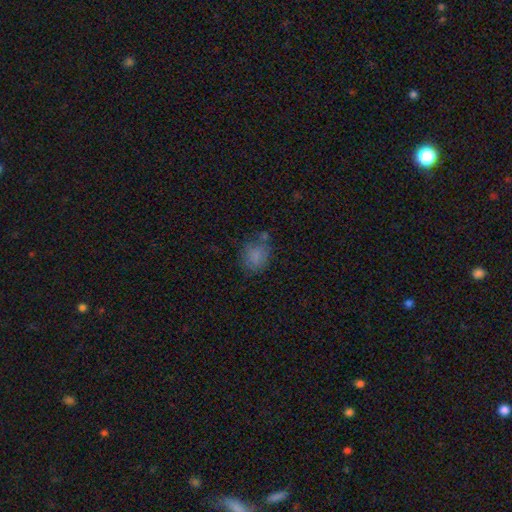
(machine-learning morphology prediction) The model was most divided on "how rounded": round: 57%, in between: 42%, cigar-shaped: 1%. More confident: smooth or featured — smooth (77%); merging — none (59%).